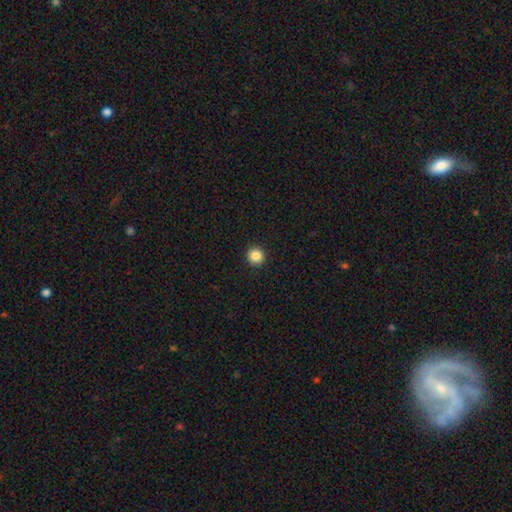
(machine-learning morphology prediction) smooth 86%, star or artifact 11%, featured or disk 3%. Down the decision tree: how rounded — round (94%); merging — none (93%).